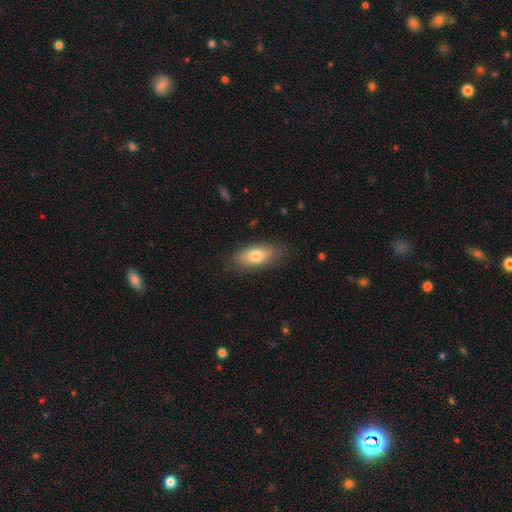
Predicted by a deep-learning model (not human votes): The model was most divided on "smooth or featured": smooth: 78%, featured or disk: 15%, star or artifact: 7%. More confident: how rounded — in between (84%); merging — none (83%).